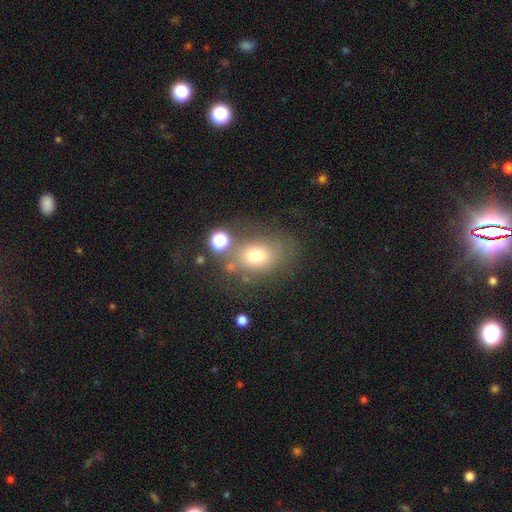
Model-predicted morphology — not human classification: Smooth or featured: smooth — 70% (featured or disk — 16%)
How rounded: in between — 61% (round — 38%)
Merging: none — 61% (minor disturbance — 18%)